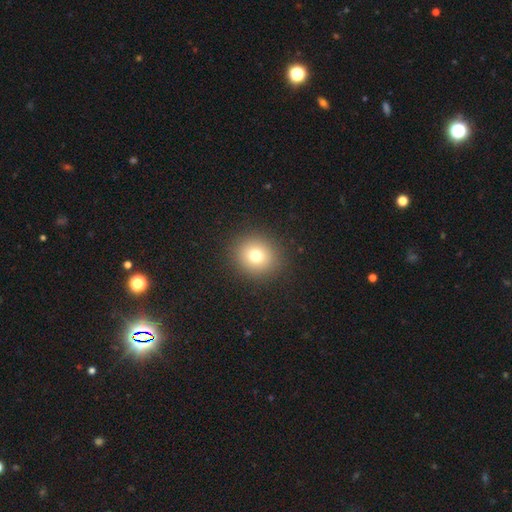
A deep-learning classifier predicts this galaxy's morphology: smooth-or-featured: smooth: 76% | star or artifact: 14% | featured or disk: 10%
  how-rounded: round: 87% | in between: 12% | cigar-shaped: 1%
  merging: none: 91% | minor disturbance: 6% | major disturbance: 3% | merger: 1%